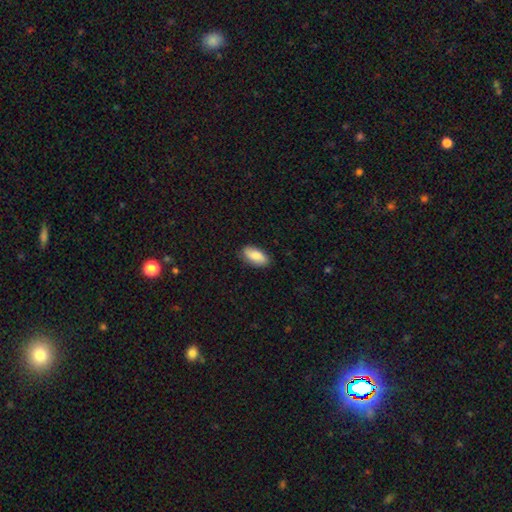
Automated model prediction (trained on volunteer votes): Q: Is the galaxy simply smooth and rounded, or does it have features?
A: smooth — 82%.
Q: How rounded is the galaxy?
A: in between — 91%.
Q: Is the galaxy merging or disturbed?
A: none — 86%.